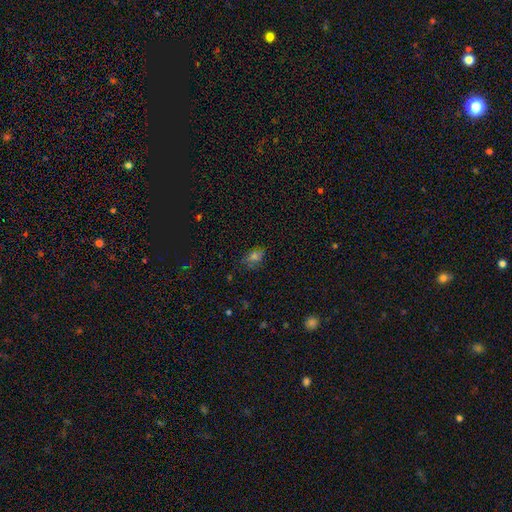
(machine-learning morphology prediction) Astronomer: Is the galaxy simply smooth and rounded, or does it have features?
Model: smooth — 56%.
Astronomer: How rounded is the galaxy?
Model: in between — 73%.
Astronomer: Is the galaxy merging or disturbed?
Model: none — 73%.